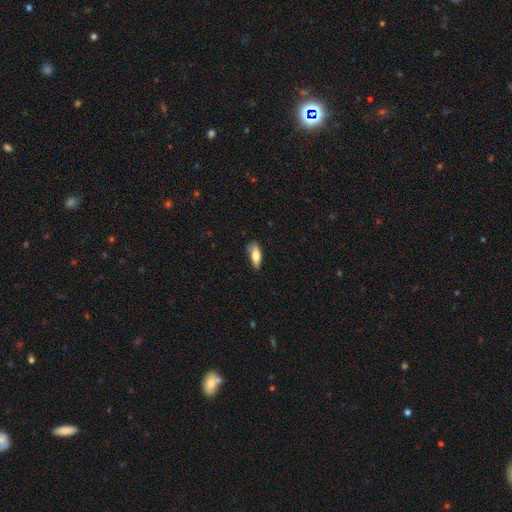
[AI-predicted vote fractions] Smooth or featured? Predicted: smooth (p=0.74). How rounded? Predicted: in between (p=0.70). Merging? Predicted: none (p=0.61).